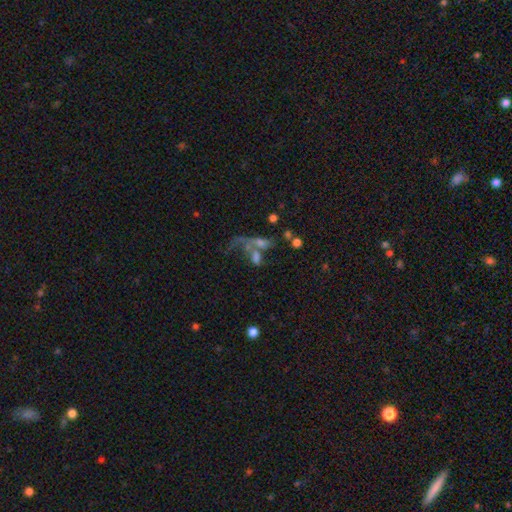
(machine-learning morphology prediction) Smooth or featured? Predicted: featured or disk (p=0.40). Merging? Predicted: merger (p=0.46).